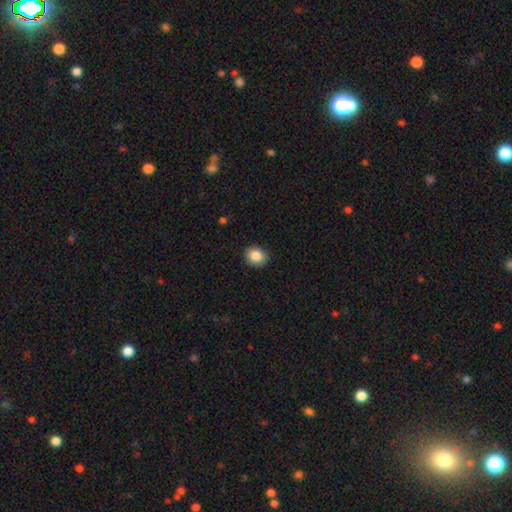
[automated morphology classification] This is clearly a smooth galaxy (85%). How rounded: likely round (77%). Merging: clearly none (90%).